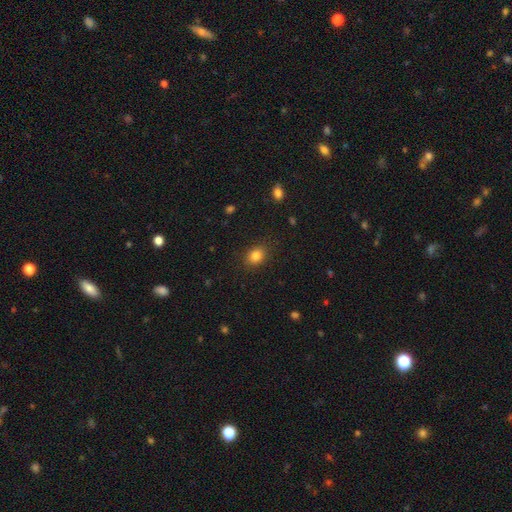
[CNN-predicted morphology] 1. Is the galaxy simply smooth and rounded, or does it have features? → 83% smooth, 11% star or artifact, 6% featured or disk.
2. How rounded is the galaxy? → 56% in between, 43% round, 1% cigar-shaped.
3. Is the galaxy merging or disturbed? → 85% none, 10% minor disturbance, 3% major disturbance, 1% merger.